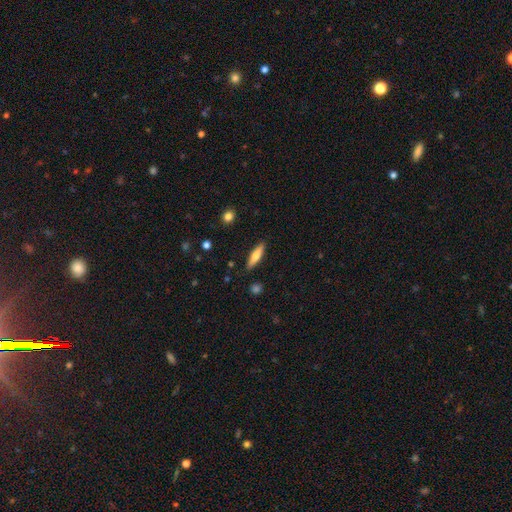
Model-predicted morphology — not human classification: The model was most divided on "smooth or featured": smooth: 63%, featured or disk: 31%, star or artifact: 6%. More confident: merging — none (88%); how rounded — cigar-shaped (72%).